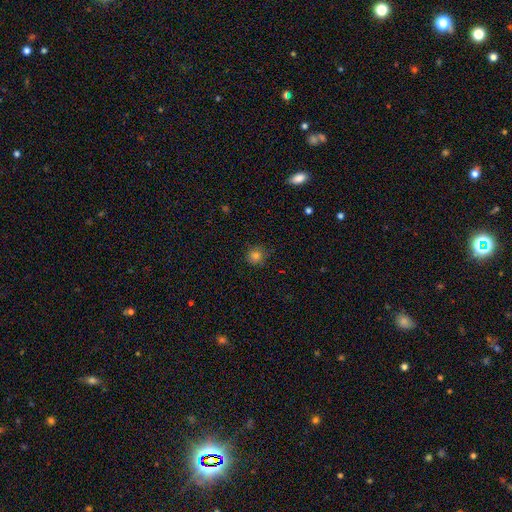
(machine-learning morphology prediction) type=smooth (80%); roundness=round (92%); merging=none (84%).